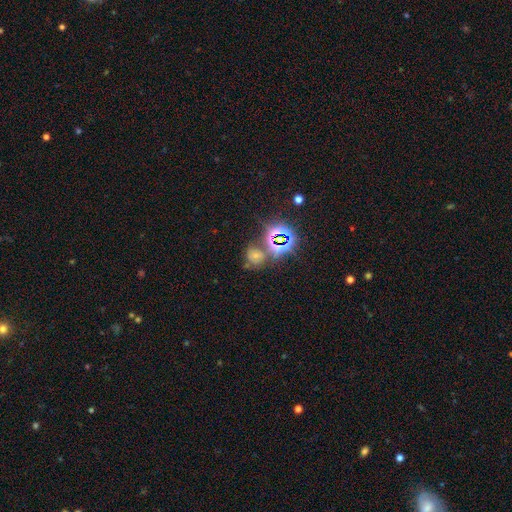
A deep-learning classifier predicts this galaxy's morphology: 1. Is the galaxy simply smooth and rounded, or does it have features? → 44% star or artifact, 41% smooth, 15% featured or disk.